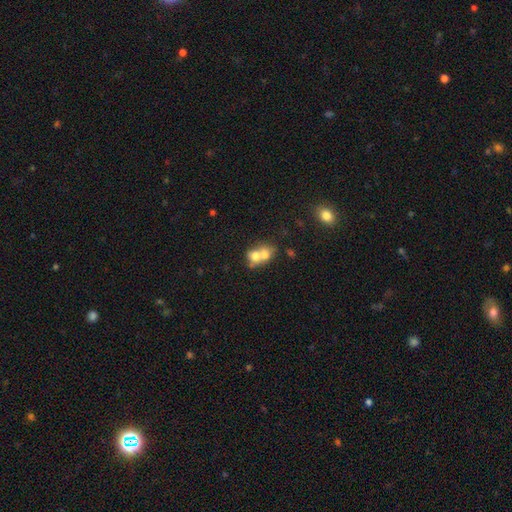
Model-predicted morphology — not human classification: smooth 67%, featured or disk 23%, star or artifact 10%. Down the decision tree: how rounded — round (56%); merging — merger (71%).